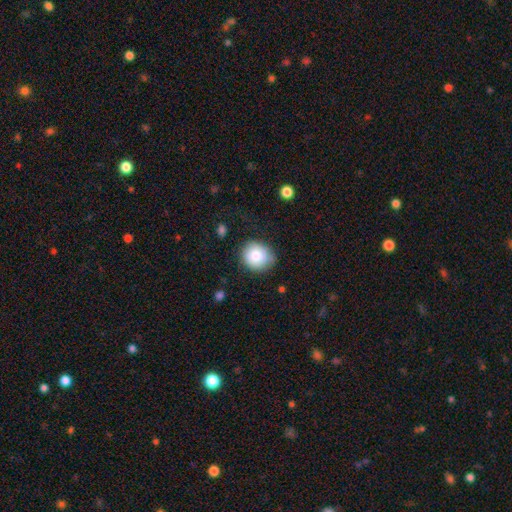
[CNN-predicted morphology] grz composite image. It shows a smooth galaxy with no disk features (80%) that is round (86%). Merging: none (80%).